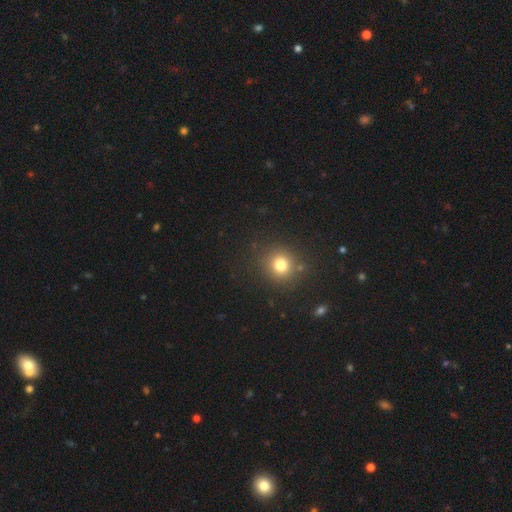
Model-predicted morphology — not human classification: This appears to be a smooth galaxy with no disk features (61%) that is round (86%). Merging: none (91%).